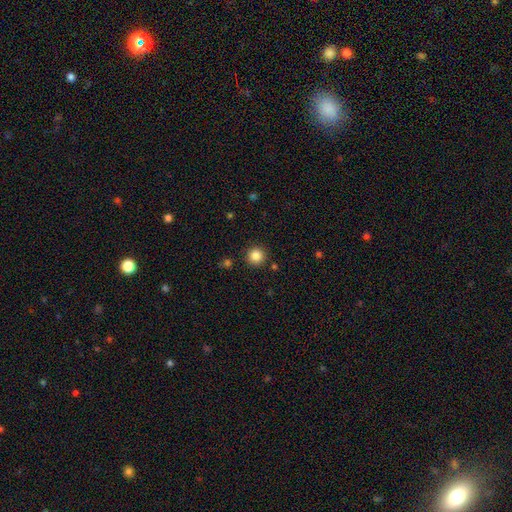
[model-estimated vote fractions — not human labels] The model was most divided on "smooth or featured": smooth: 85%, star or artifact: 11%, featured or disk: 4%. More confident: how rounded — round (96%); merging — none (90%).